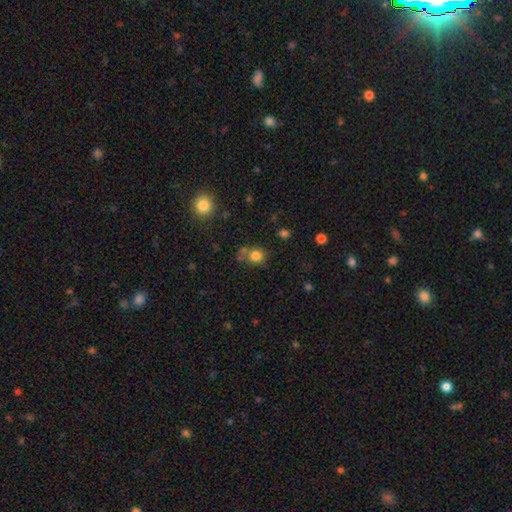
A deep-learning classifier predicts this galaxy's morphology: This is likely a smooth galaxy (80%). How rounded: clearly round (81%). Merging: likely none (60%).